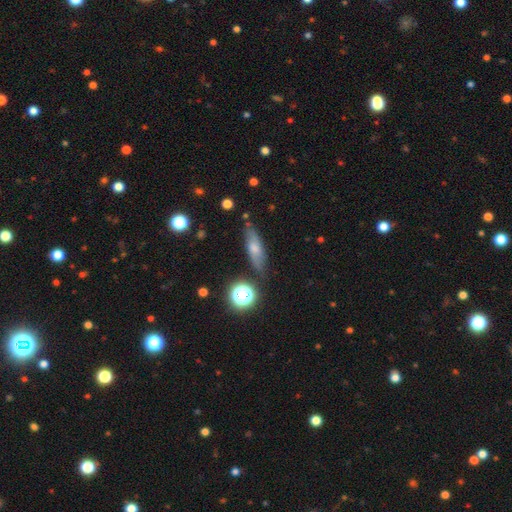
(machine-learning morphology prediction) smooth-or-featured: featured or disk: 43% | smooth: 40% | star or artifact: 17%
  merging: none: 81% | minor disturbance: 13% | major disturbance: 3% | merger: 3%